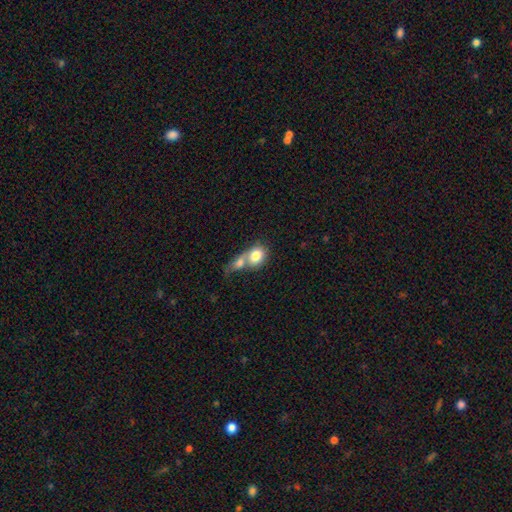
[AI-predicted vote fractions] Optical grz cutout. It shows a smooth galaxy with no disk features (77%) that is in between round and cigar-shaped (54%). Merging: merger (68%).